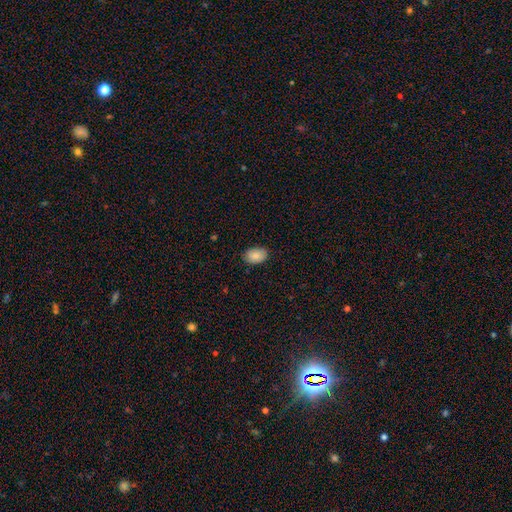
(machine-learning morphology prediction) Smooth or featured? smooth (88%)
How rounded? in between (87%)
Merging? none (85%)